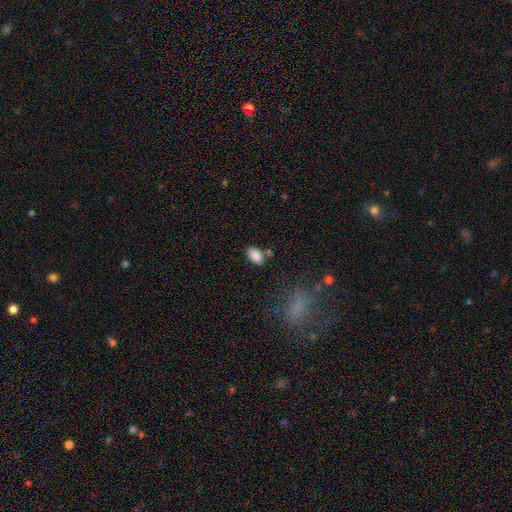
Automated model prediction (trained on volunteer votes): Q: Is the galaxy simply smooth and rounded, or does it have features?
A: smooth — 86%.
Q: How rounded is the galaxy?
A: in between — 92%.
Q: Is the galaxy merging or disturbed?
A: none — 73%.